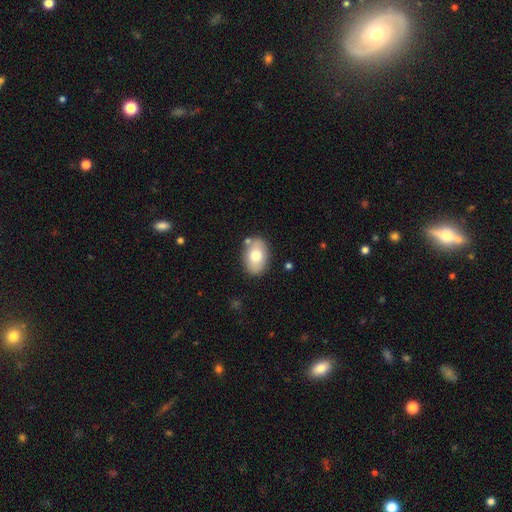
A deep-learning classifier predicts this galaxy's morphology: This is likely a smooth galaxy (74%). How rounded: clearly in between (85%). Merging: clearly none (82%).